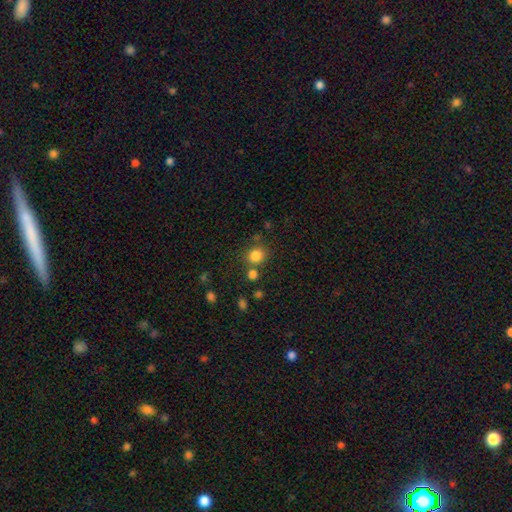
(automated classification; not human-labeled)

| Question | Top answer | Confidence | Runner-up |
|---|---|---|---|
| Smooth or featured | smooth | 82% | star or artifact (12%) |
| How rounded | round | 86% | in between (13%) |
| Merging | none | 70% | merger (16%) |